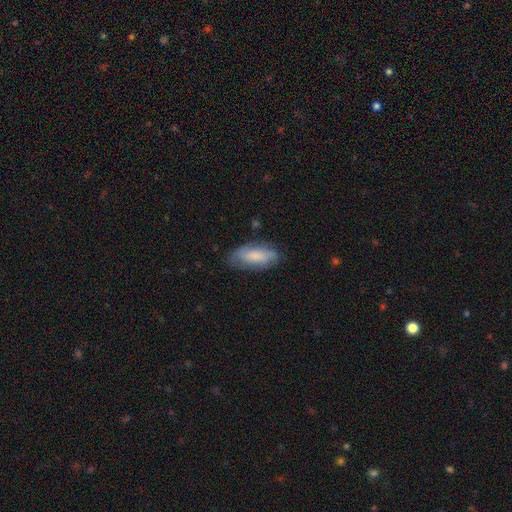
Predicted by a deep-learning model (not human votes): Smooth or featured: smooth — 63% (featured or disk — 30%)
How rounded: in between — 81% (cigar-shaped — 17%)
Merging: none — 71% (minor disturbance — 22%)